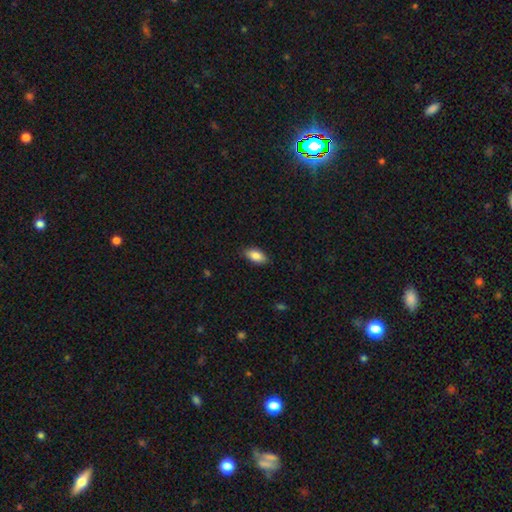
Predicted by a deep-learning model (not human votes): Q: Smooth or featured?
A: smooth (85%); runner-up: featured or disk (8%)
Q: How rounded?
A: in between (92%); runner-up: cigar-shaped (5%)
Q: Merging?
A: none (87%); runner-up: minor disturbance (10%)